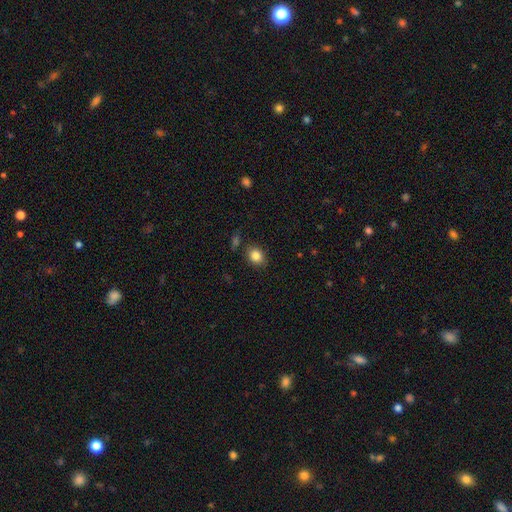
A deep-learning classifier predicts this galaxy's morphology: This appears to be a smooth galaxy with no disk features (85%) that is round (55%). Merging: none (82%).